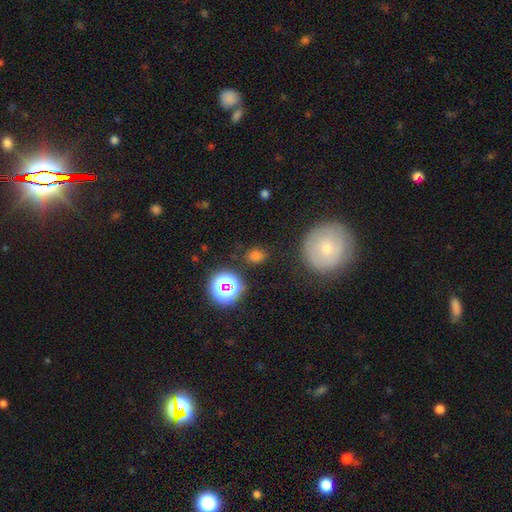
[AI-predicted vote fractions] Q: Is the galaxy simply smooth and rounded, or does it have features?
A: smooth — 69%.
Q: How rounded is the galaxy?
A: in between — 50%.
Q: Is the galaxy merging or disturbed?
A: none — 80%.